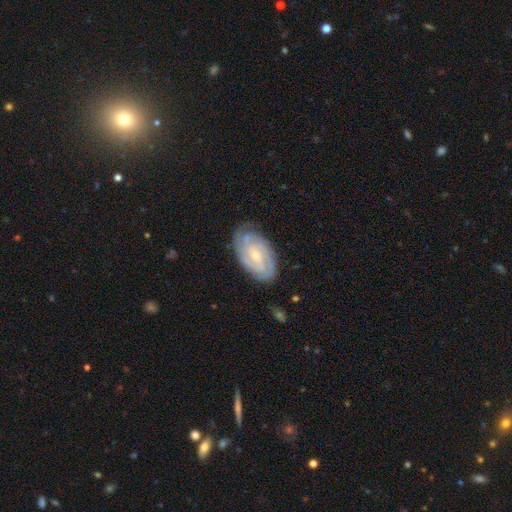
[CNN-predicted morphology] A featured or disk galaxy (84%) with no bar (51%), 2 (34%) tight (71%) spiral arms (96%) and a small central bulge (66%).

Vote fractions:
- Smooth or featured? featured or disk: 84% / smooth: 11% / star or artifact: 5%
- Edge-on disk? no: 96% / yes: 4%
- Bar? no: 51% / weak: 40% / strong: 9%
- Spiral arms? yes: 96% / no: 4%
- Spiral winding? tight: 71% / medium: 25% / loose: 5%
- Spiral arm count? 2: 34% / can't tell: 26% / 3: 21% / 4: 10% / more than 4: 4% / 1: 4%
- Bulge size? small: 66% / moderate: 30% / none: 2% / large: 1% / dominant: 1%
- Merging? none: 77% / minor disturbance: 18% / major disturbance: 4% / merger: 1%